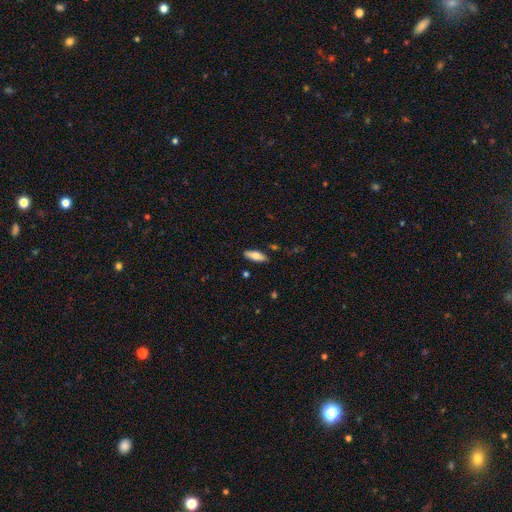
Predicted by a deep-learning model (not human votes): smooth_or_featured: smooth (p=0.72) [alt: featured or disk p=0.21]
how_rounded: in between (p=0.68) [alt: cigar-shaped p=0.30]
merging: none (p=0.86) [alt: minor disturbance p=0.10]